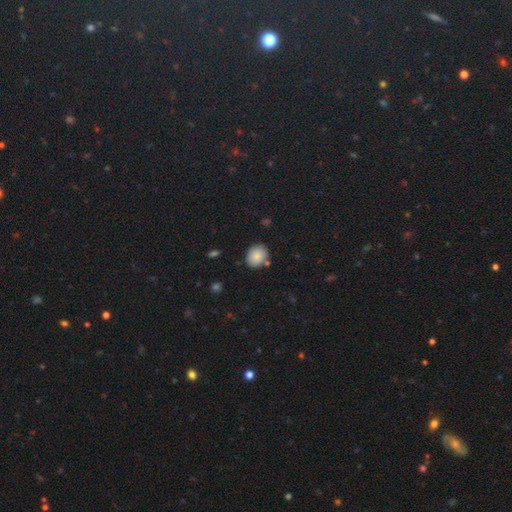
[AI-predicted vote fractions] This is clearly a smooth galaxy (86%). How rounded: likely round (64%). Merging: clearly none (81%).